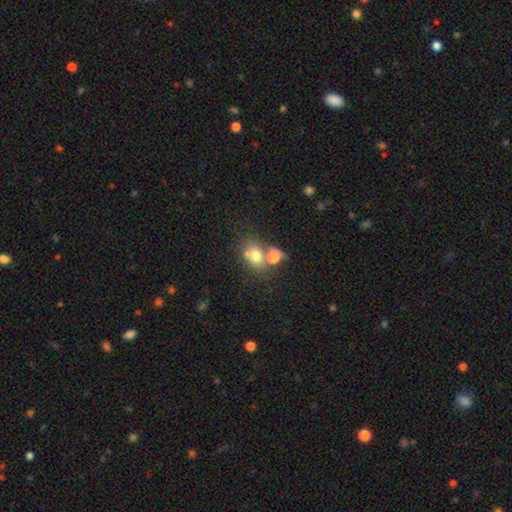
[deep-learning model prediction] Smooth or featured: smooth — 69% (featured or disk — 16%)
How rounded: in between — 50% (round — 49%)
Merging: merger — 42% (none — 40%)